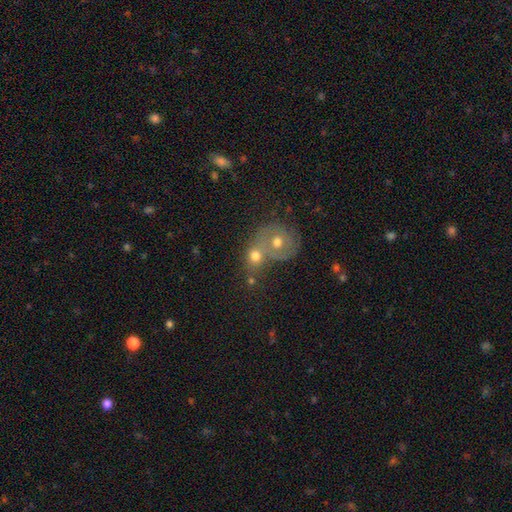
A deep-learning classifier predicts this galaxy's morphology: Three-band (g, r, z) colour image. It shows a smooth galaxy with no disk features (62%) that is round (70%). Merging: merger (55%).